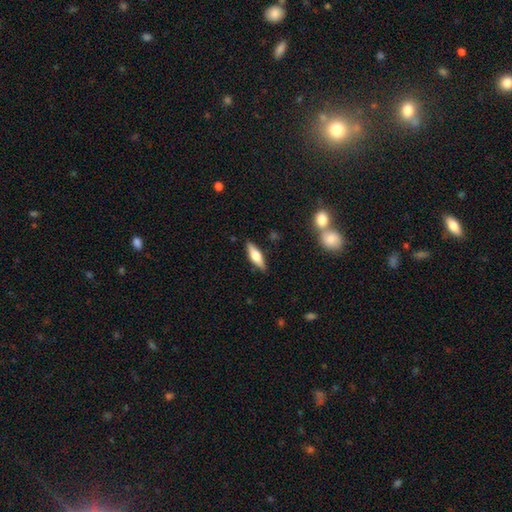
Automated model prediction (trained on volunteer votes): The model was most divided on "how rounded": cigar-shaped: 52%, in between: 46%, round: 3%. More confident: merging — none (86%); smooth or featured — smooth (51%).